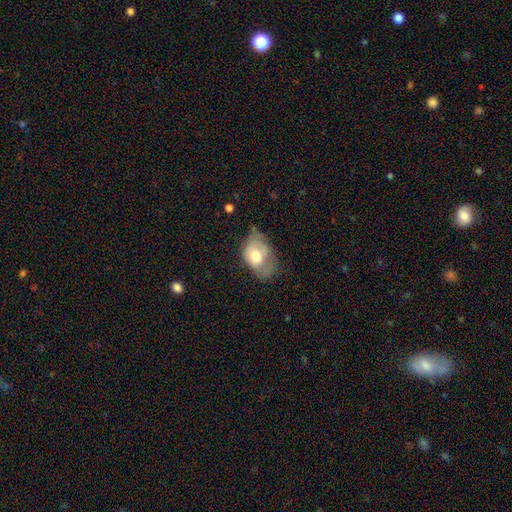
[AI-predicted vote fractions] This appears to be a smooth galaxy with no disk features (64%) that is in between round and cigar-shaped (80%). Merging: minor disturbance (40%).